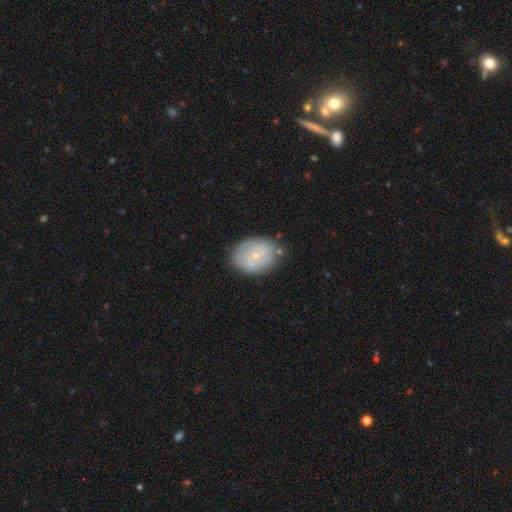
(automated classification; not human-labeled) Smooth or featured?
  - featured or disk: 48% *
  - smooth: 44%
  - star or artifact: 8%
Merging?
  - none: 72% *
  - minor disturbance: 19%
  - major disturbance: 5%
  - merger: 4%